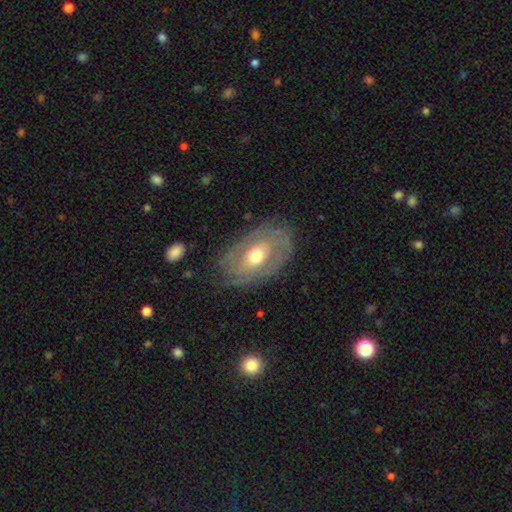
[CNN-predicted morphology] Overall: featured or disk (62%; smooth 31%). Edge-on disk: no (91%). Bar: no (78%). Spiral arms: no (52%; yes 48%). Bulge size: moderate (74%). Merging: none (77%).